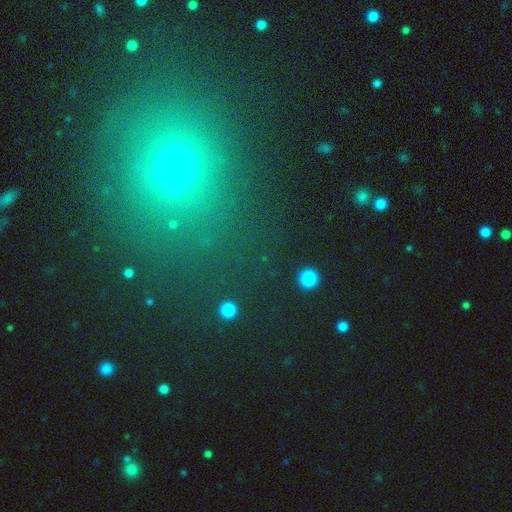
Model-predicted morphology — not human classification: A star or artifact, not a galaxy (50%).

Vote fractions:
- Smooth or featured? star or artifact: 50% / smooth: 42% / featured or disk: 8%